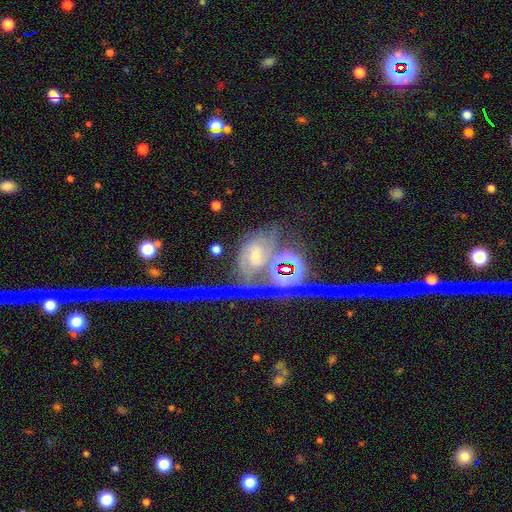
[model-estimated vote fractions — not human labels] Smooth or featured? Predicted: featured or disk (p=0.53). Edge-on disk? Predicted: no (p=0.78). Merging? Predicted: none (p=0.39).